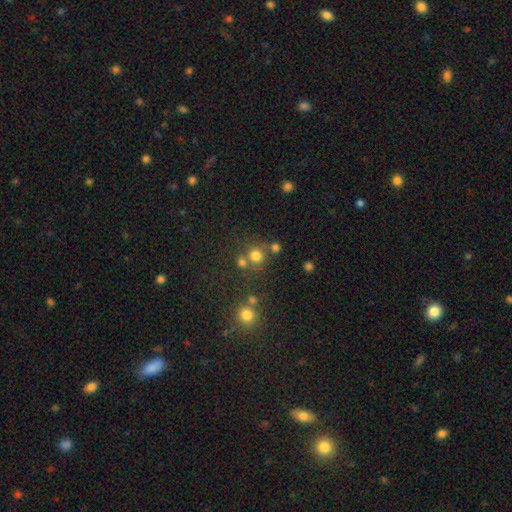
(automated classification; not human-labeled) This appears to be a smooth galaxy with no disk features (73%) that is round (90%). Merging: none (65%).